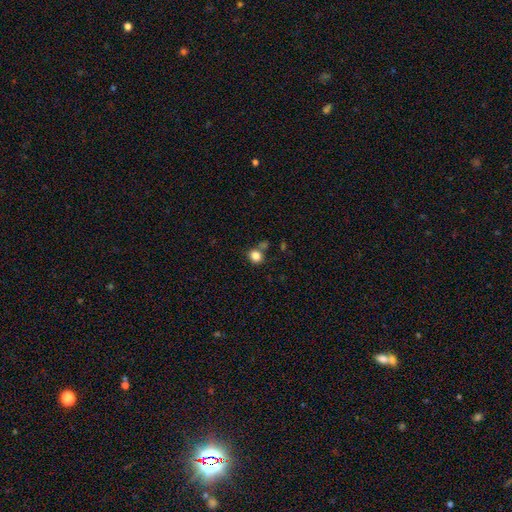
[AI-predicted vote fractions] The model was most divided on "merging": none: 64%, merger: 17%, minor disturbance: 14%, major disturbance: 5%. More confident: smooth or featured — smooth (84%); how rounded — round (77%).